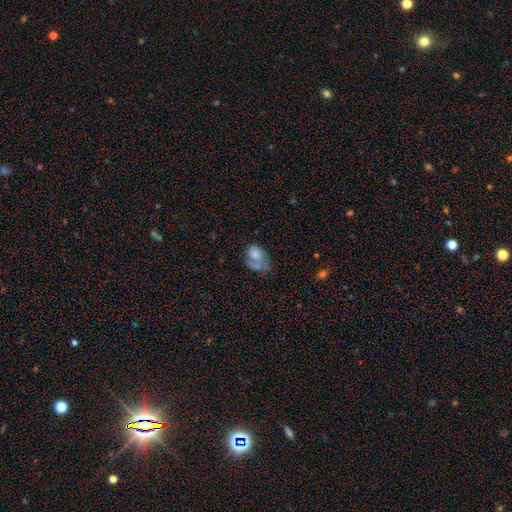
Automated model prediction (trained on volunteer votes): The model was most divided on "merging": merger: 37%, none: 23%, major disturbance: 23%, minor disturbance: 18%. More confident: how rounded — in between (76%); smooth or featured — smooth (66%).